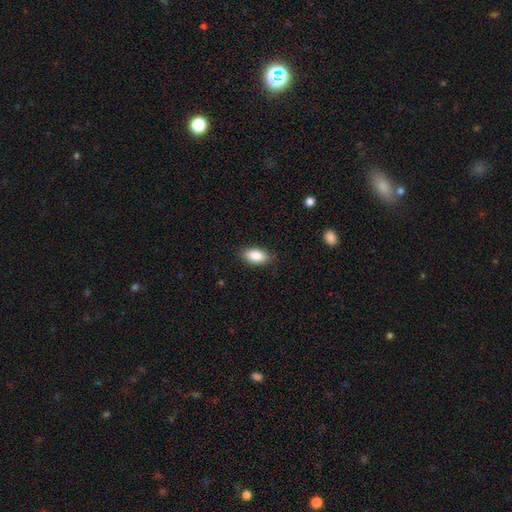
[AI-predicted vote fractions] smooth_or_featured: smooth (p=0.87) [alt: star or artifact p=0.07]
how_rounded: in between (p=0.92) [alt: cigar-shaped p=0.05]
merging: none (p=0.86) [alt: minor disturbance p=0.11]